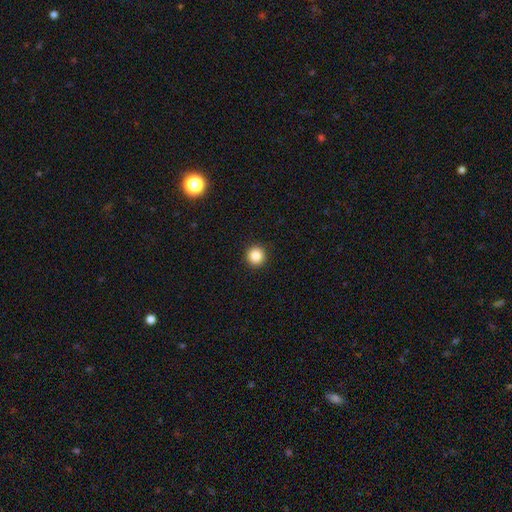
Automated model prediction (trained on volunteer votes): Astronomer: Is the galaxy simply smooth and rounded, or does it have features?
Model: smooth — 86%.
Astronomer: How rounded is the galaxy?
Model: round — 95%.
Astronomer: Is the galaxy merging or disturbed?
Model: none — 93%.